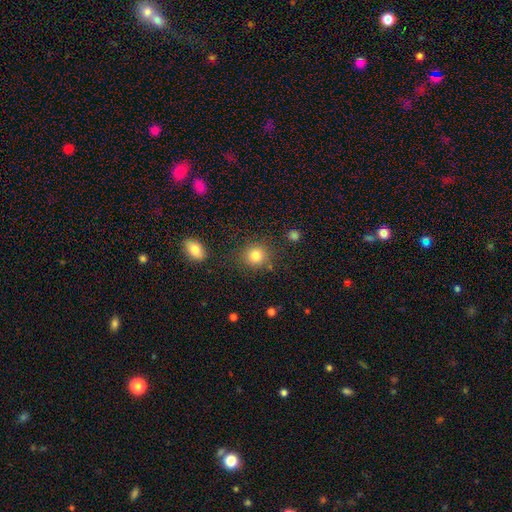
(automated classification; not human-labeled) Smooth or featured: smooth — 82% (star or artifact — 11%)
How rounded: round — 87% (in between — 12%)
Merging: none — 82% (minor disturbance — 9%)